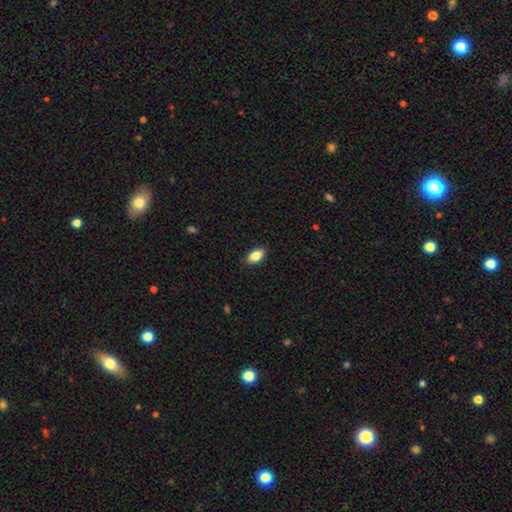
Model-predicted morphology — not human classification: Overall: smooth (83%). How rounded: in between (90%). Merging: none (87%).